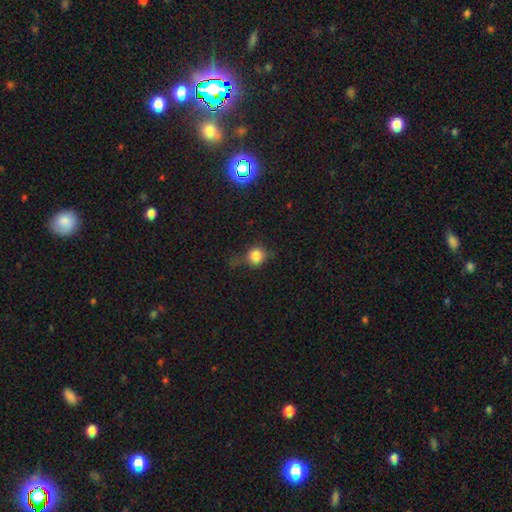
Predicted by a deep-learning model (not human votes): A smooth galaxy with no disk features (79%) that is round (84%). Merging: none (60%).